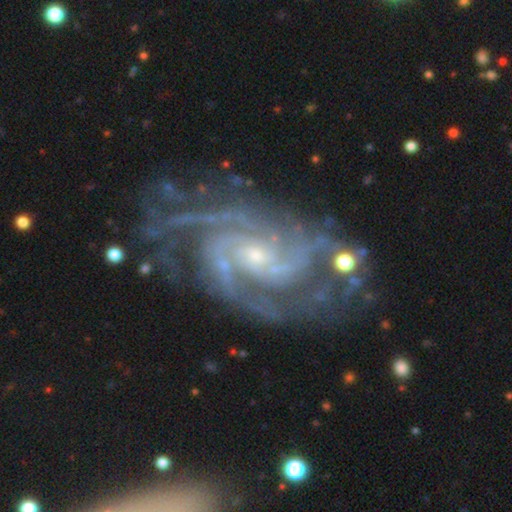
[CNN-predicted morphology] smooth_or_featured: featured or disk (p=0.92) [alt: star or artifact p=0.05]
disk_edge_on: no (p=0.97) [alt: yes p=0.03]
bar: no (p=0.59) [alt: weak p=0.31]
has_spiral_arms: yes (p=0.98) [alt: no p=0.02]
spiral_winding: tight (p=0.56) [alt: medium p=0.38]
spiral_arm_count: 3 (p=0.26) [alt: 4 p=0.21]
bulge_size: small (p=0.76) [alt: moderate p=0.19]
merging: none (p=0.65) [alt: minor disturbance p=0.20]